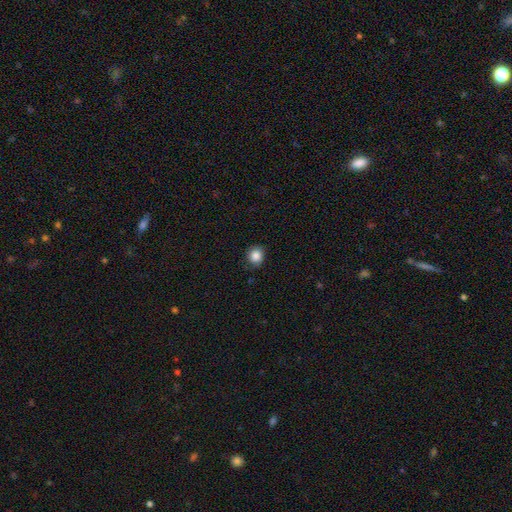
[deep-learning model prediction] Morphology: type=smooth (86%); roundness=round (84%); merging=none (83%).